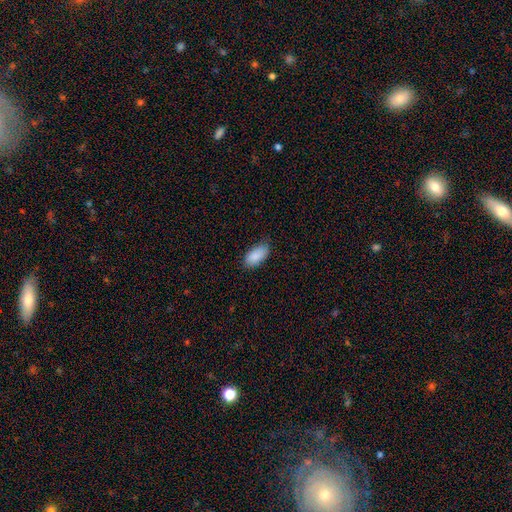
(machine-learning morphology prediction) Overall: smooth (88%). How rounded: in between (93%). Merging: none (74%).